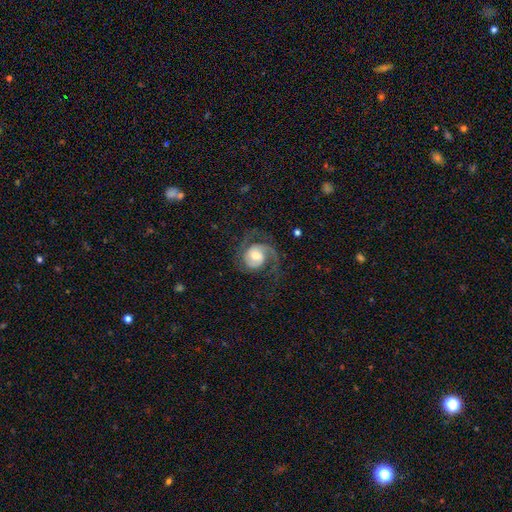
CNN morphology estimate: This is clearly a featured or disk galaxy (85%). It is clearly not viewed edge-on (98%). Bar: possibly no (49%). Spiral arm pattern: clearly yes (97%). Spiral arm count: likely 2 (68%). Spiral winding: possibly medium (49%). Central bulge: possibly moderate (51%). Merging: likely none (63%).